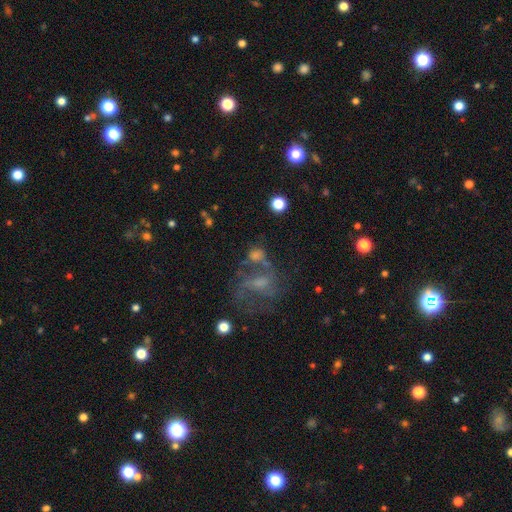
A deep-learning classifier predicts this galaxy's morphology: smooth-or-featured: featured or disk: 54% | smooth: 26% | star or artifact: 20%
  disk-edge-on: no: 96% | yes: 4%
    bar: no: 47% | weak: 40% | strong: 13%
    has-spiral-arms: yes: 69% | no: 31%
    bulge-size: small: 35% | moderate: 30% | none: 28% | large: 6% | dominant: 2%
  merging: none: 43% | major disturbance: 23% | merger: 18% | minor disturbance: 16%